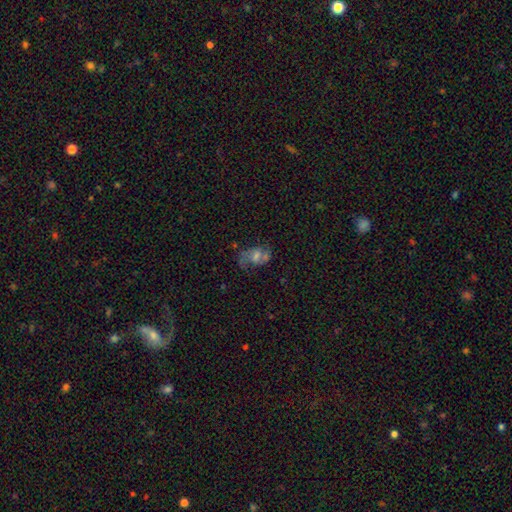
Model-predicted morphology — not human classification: smooth_or_featured: featured or disk (p=0.62) [alt: smooth p=0.24]
disk_edge_on: no (p=0.96) [alt: yes p=0.04]
bar: no (p=0.48) [alt: weak p=0.42]
has_spiral_arms: yes (p=0.84) [alt: no p=0.16]
bulge_size: moderate (p=0.47) [alt: small p=0.31]
merging: none (p=0.54) [alt: minor disturbance p=0.19]